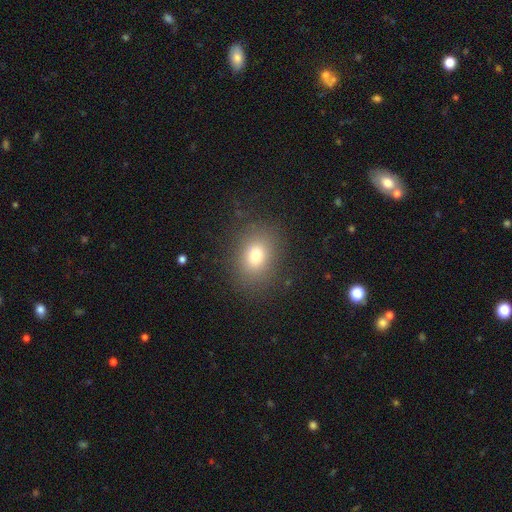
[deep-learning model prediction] This is likely a smooth galaxy (74%). How rounded: possibly in between (57%). Merging: clearly none (83%).